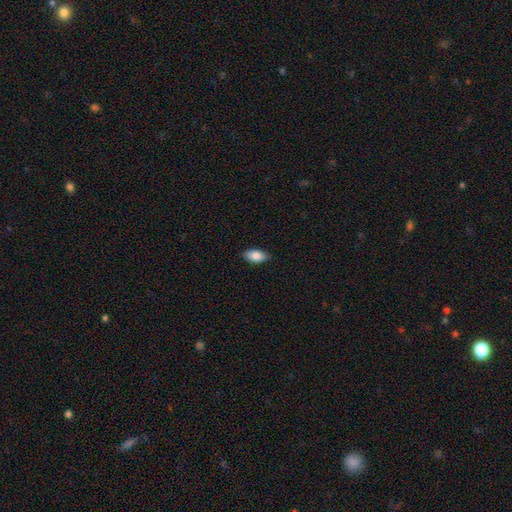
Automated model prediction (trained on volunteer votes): Q: Smooth or featured?
A: smooth (86%); runner-up: featured or disk (7%)
Q: How rounded?
A: in between (93%); runner-up: round (4%)
Q: Merging?
A: none (83%); runner-up: minor disturbance (14%)